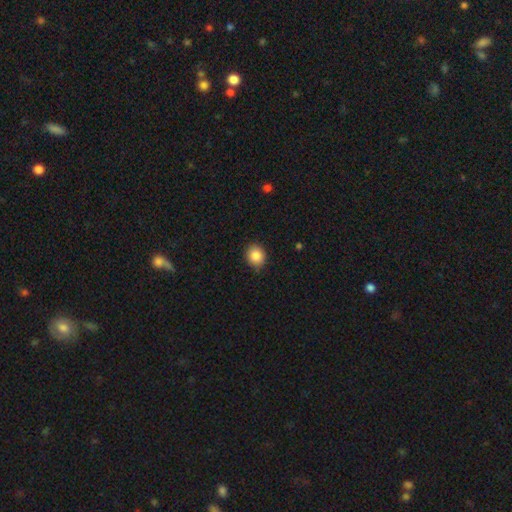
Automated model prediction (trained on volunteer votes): smooth-or-featured: smooth: 86% | star or artifact: 9% | featured or disk: 5%
  how-rounded: round: 70% | in between: 29% | cigar-shaped: 1%
  merging: none: 87% | minor disturbance: 10% | major disturbance: 2% | merger: 1%